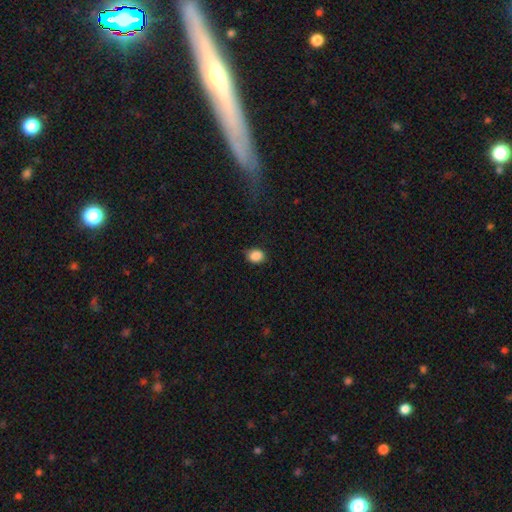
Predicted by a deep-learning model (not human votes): The model was most divided on "how rounded": in between: 52%, round: 47%, cigar-shaped: 1%. More confident: smooth or featured — smooth (88%); merging — none (82%).